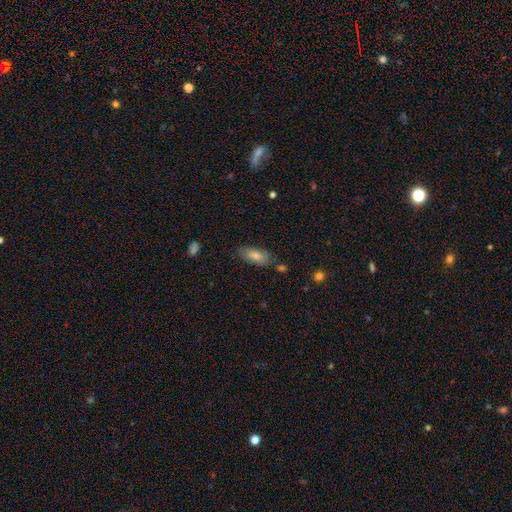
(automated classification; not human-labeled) Morphology: type=smooth (79%); roundness=in between (86%); merging=none (70%).